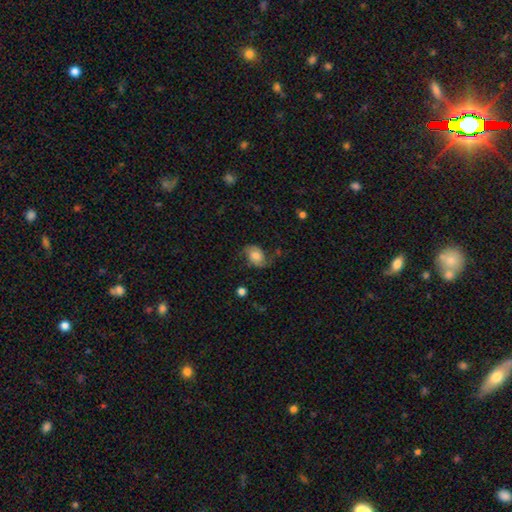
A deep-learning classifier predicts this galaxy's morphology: Smooth or featured?
  - featured or disk: 47% *
  - smooth: 45%
  - star or artifact: 9%
Merging?
  - none: 59% *
  - minor disturbance: 25%
  - major disturbance: 14%
  - merger: 2%